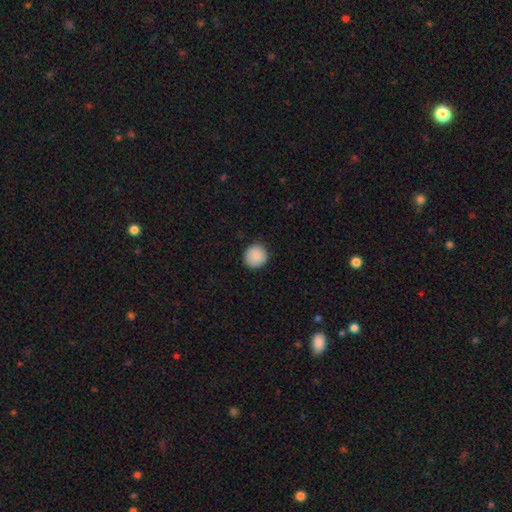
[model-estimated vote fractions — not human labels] This is clearly a smooth galaxy (87%). How rounded: clearly round (92%). Merging: clearly none (89%).